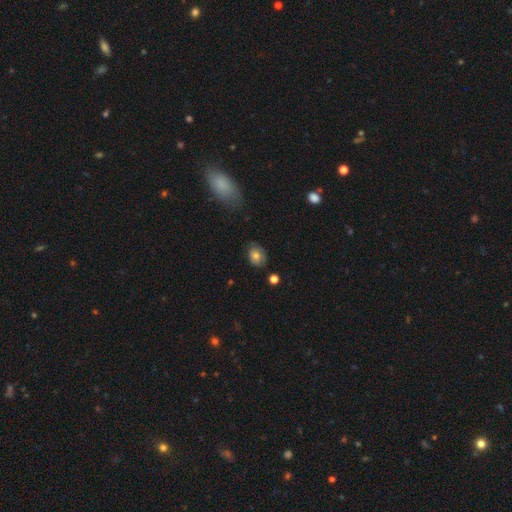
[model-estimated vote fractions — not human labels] This appears to be a smooth galaxy with no disk features (71%) that is in between round and cigar-shaped (63%). Merging: none (72%).